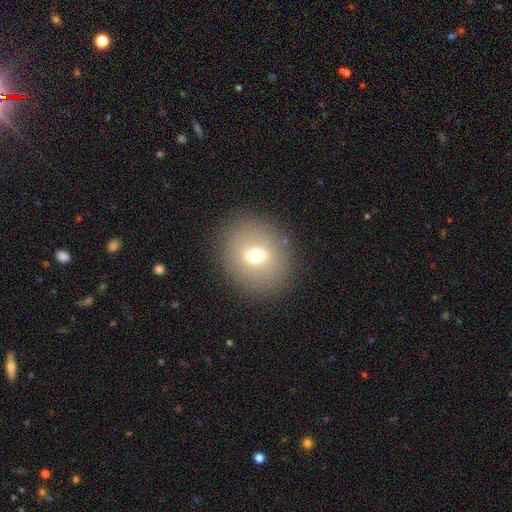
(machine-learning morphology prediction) type=smooth (59%); roundness=round (75%); merging=none (87%).